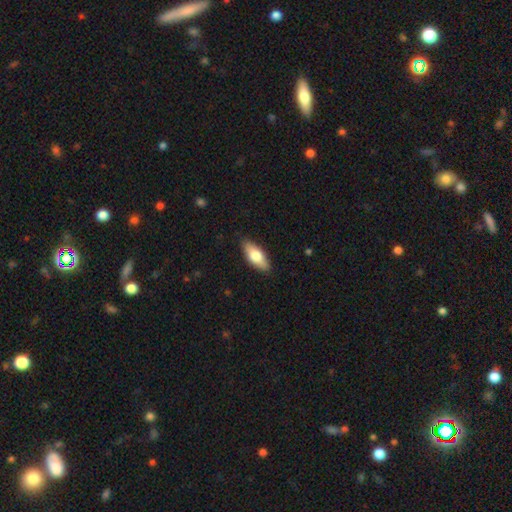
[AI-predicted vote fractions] A smooth galaxy with no disk features (71%) that is in between round and cigar-shaped (78%). Merging: none (87%).